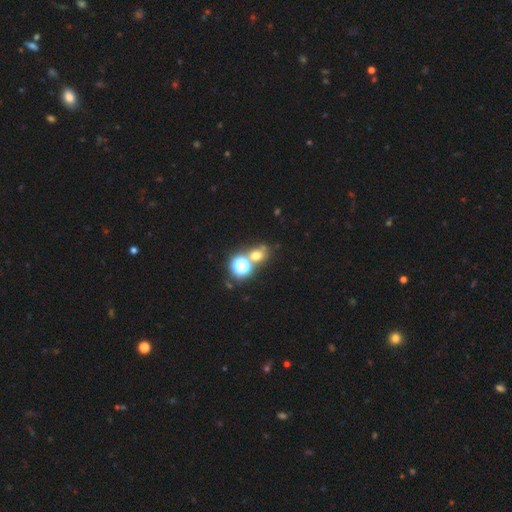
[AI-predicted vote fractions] Smooth or featured? Predicted: smooth (p=0.56). How rounded? Predicted: round (p=0.71). Merging? Predicted: none (p=0.56).